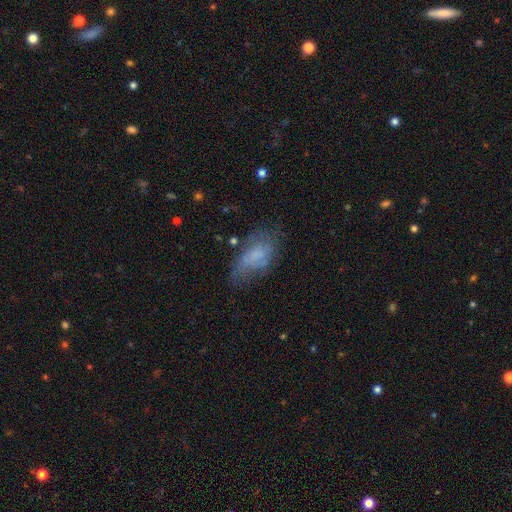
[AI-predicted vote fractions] This appears to be a smooth galaxy with no disk features (51%) that is in between round and cigar-shaped (90%). Merging: none (48%).